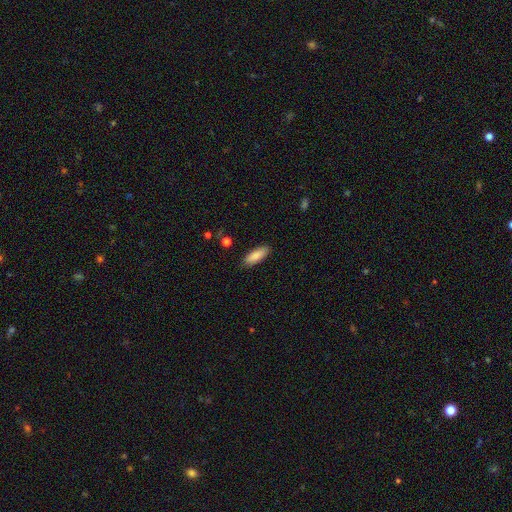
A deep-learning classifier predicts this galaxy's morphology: smooth_or_featured: smooth (p=0.86) [alt: featured or disk p=0.07]
how_rounded: in between (p=0.60) [alt: cigar-shaped p=0.38]
merging: none (p=0.87) [alt: minor disturbance p=0.09]